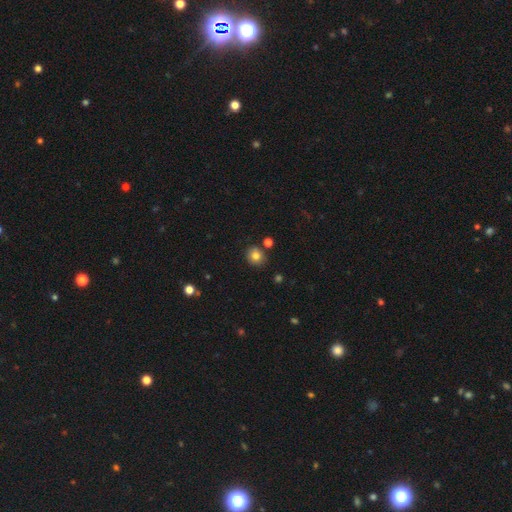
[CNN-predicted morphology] Q: Smooth or featured?
A: smooth (80%); runner-up: star or artifact (12%)
Q: How rounded?
A: round (82%); runner-up: in between (17%)
Q: Merging?
A: none (82%); runner-up: minor disturbance (10%)